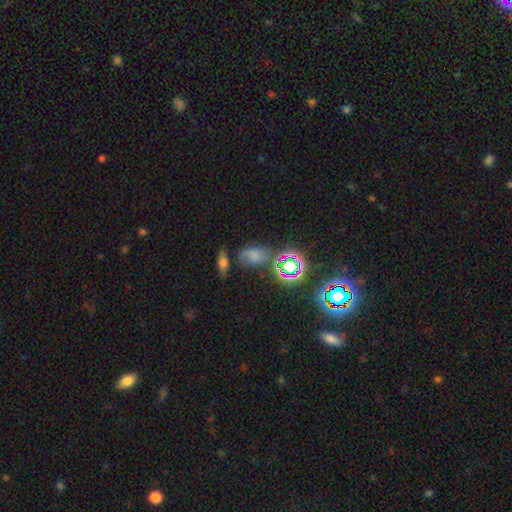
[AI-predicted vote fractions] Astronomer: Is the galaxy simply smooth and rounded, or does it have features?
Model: smooth — 52% (runner-up: star or artifact, 33%).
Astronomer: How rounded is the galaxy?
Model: in between — 80%.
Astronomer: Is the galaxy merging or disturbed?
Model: none — 49%.